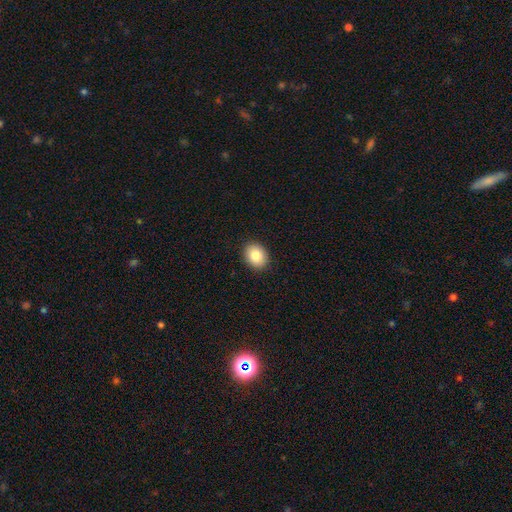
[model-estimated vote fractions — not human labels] This is clearly a smooth galaxy (84%). How rounded: possibly in between (53%). Merging: clearly none (91%).